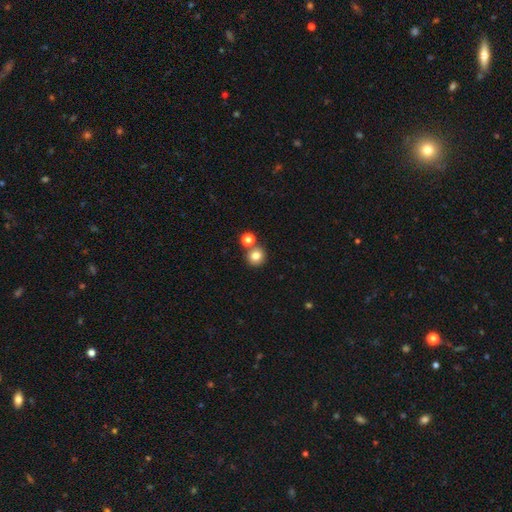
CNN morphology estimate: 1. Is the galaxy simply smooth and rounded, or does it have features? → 80% smooth, 13% star or artifact, 8% featured or disk.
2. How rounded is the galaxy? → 90% round, 9% in between, 1% cigar-shaped.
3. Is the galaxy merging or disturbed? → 72% none, 18% merger, 7% minor disturbance, 3% major disturbance.